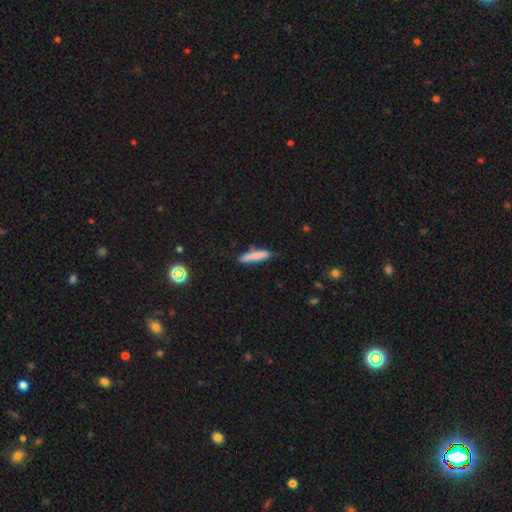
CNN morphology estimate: Smooth or featured: smooth — 79% (featured or disk — 14%)
How rounded: cigar-shaped — 87% (in between — 12%)
Merging: none — 77% (minor disturbance — 17%)